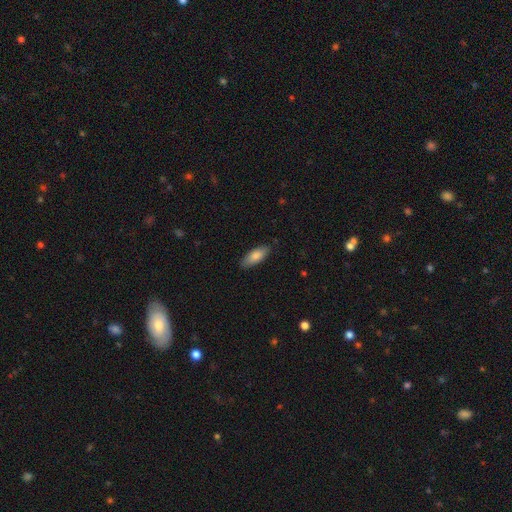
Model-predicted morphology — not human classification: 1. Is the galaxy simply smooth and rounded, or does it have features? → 82% smooth, 13% featured or disk, 6% star or artifact.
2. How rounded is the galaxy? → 78% in between, 20% cigar-shaped, 2% round.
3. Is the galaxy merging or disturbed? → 86% none, 11% minor disturbance, 2% major disturbance, 1% merger.